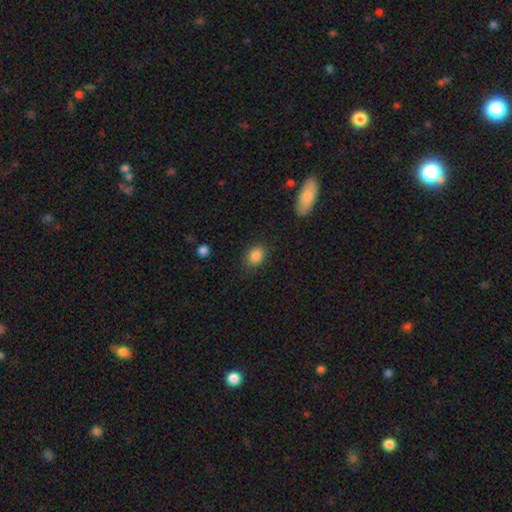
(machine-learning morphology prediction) Q: Smooth or featured?
A: smooth (87%); runner-up: star or artifact (9%)
Q: How rounded?
A: in between (66%); runner-up: round (33%)
Q: Merging?
A: none (80%); runner-up: minor disturbance (14%)